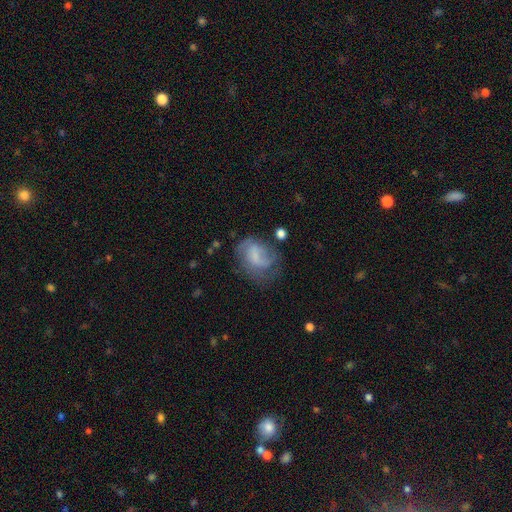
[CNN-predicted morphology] Overall: featured or disk (48%; smooth 42%). Merging: none (43%; major disturbance 27%).